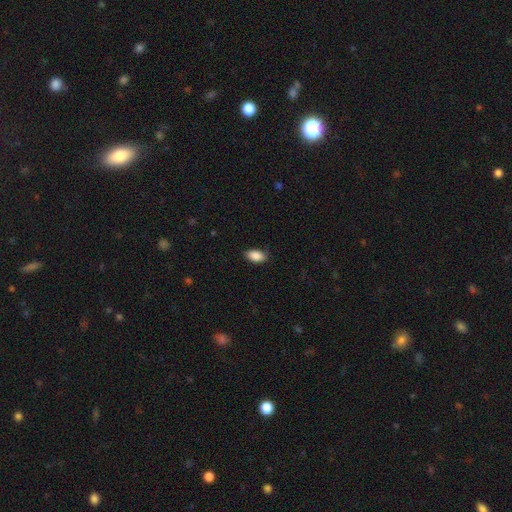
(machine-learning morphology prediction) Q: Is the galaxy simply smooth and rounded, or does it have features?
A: smooth — 88%.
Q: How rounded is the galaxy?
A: in between — 92%.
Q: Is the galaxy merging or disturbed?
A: none — 82%.